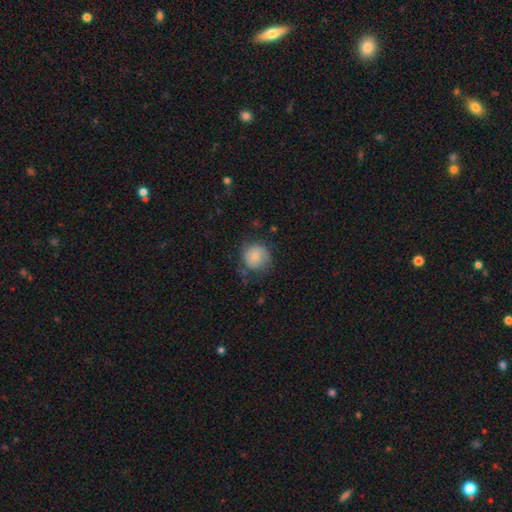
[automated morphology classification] smooth_or_featured: smooth (p=0.77) [alt: featured or disk p=0.16]
how_rounded: round (p=0.89) [alt: in between p=0.10]
merging: none (p=0.61) [alt: minor disturbance p=0.25]